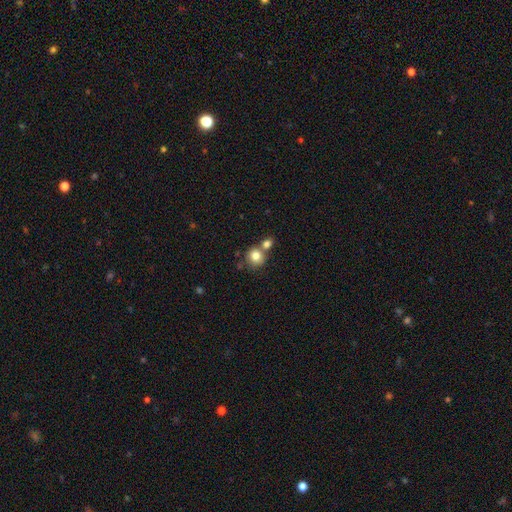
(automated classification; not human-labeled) Overall: smooth (80%). How rounded: round (86%). Merging: none (52%; merger 36%).